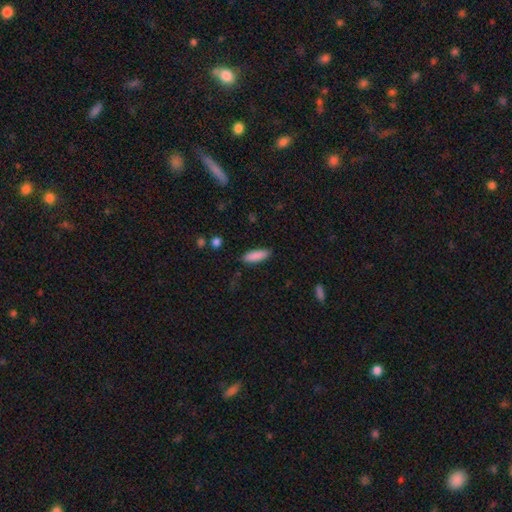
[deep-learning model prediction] smooth_or_featured: smooth (p=0.88) [alt: star or artifact p=0.07]
how_rounded: in between (p=0.51) [alt: cigar-shaped p=0.48]
merging: none (p=0.86) [alt: minor disturbance p=0.10]